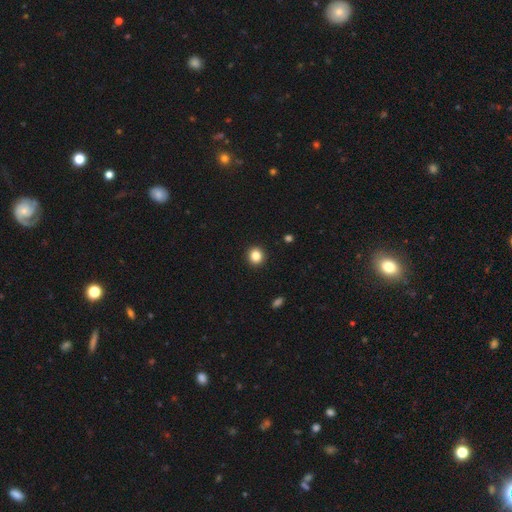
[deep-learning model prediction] smooth 84%, star or artifact 11%, featured or disk 5%. Down the decision tree: how rounded — round (89%); merging — none (93%).